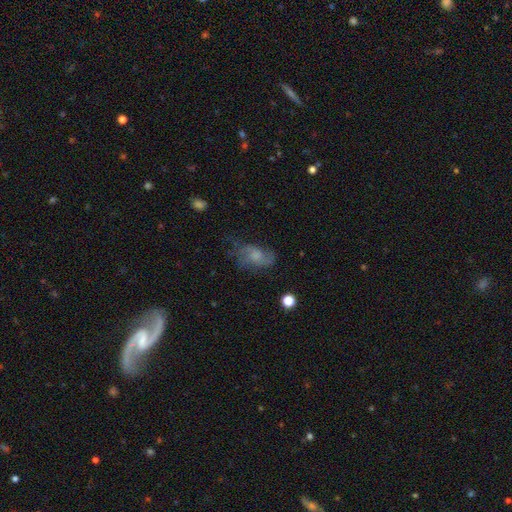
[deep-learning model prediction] This appears to be a featured or disk galaxy (46%). Merging: none (47%).